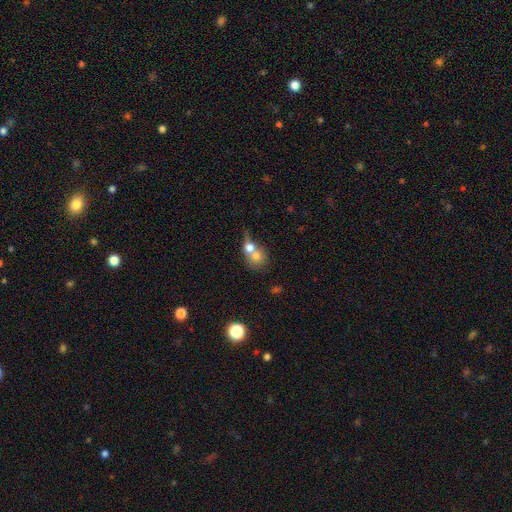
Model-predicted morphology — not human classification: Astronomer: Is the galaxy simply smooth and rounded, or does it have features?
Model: smooth — 67%.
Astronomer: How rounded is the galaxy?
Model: round — 66%.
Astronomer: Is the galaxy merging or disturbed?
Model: merger — 73%.